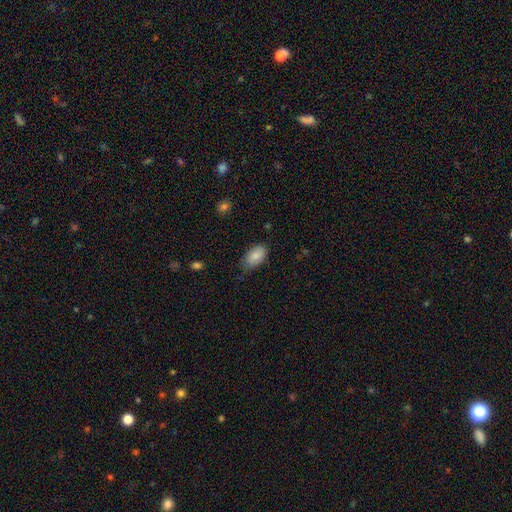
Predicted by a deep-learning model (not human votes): Smooth or featured: smooth — 85% (featured or disk — 8%)
How rounded: in between — 93% (round — 5%)
Merging: none — 59% (minor disturbance — 33%)